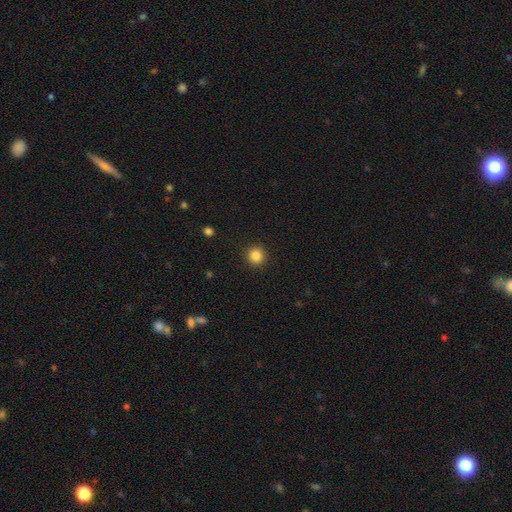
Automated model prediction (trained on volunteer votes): Smooth or featured: smooth — 85% (star or artifact — 11%)
How rounded: round — 94% (in between — 5%)
Merging: none — 92% (minor disturbance — 5%)